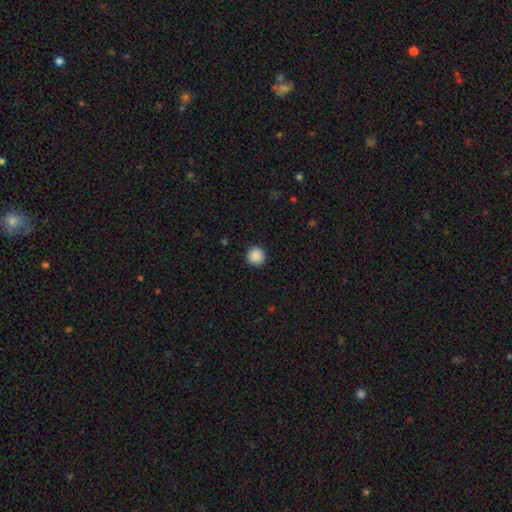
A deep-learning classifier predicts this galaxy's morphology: type=smooth (88%); roundness=round (95%); merging=none (92%).